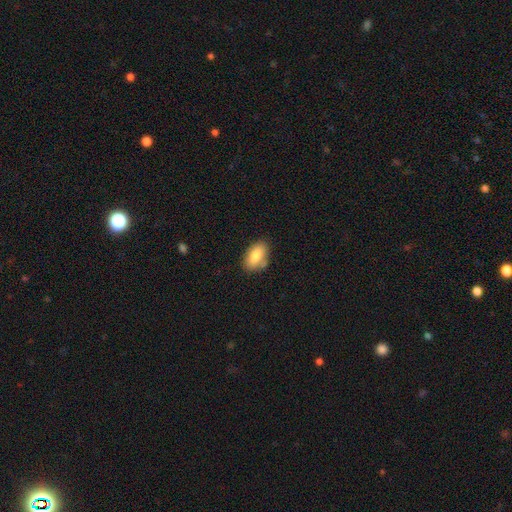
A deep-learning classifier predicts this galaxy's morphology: Overall: smooth (82%). How rounded: in between (92%). Merging: none (73%).